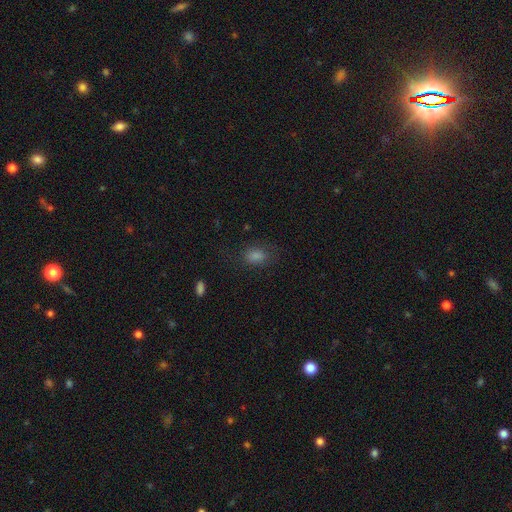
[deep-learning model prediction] smooth-or-featured: smooth: 74% | star or artifact: 17% | featured or disk: 8%
  how-rounded: in between: 74% | round: 24% | cigar-shaped: 2%
  merging: none: 74% | minor disturbance: 16% | major disturbance: 8% | merger: 1%